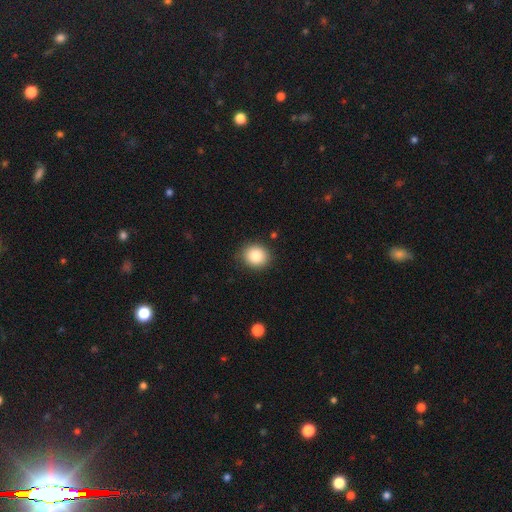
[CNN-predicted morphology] smooth 84%, star or artifact 9%, featured or disk 7%. Down the decision tree: how rounded — round (79%); merging — none (87%).